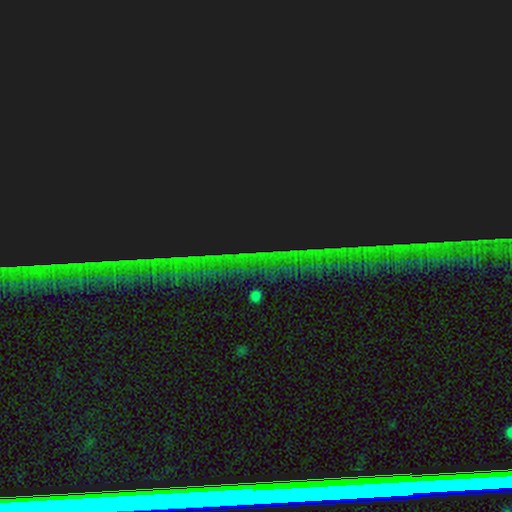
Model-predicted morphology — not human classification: Overall: star or artifact (82%).